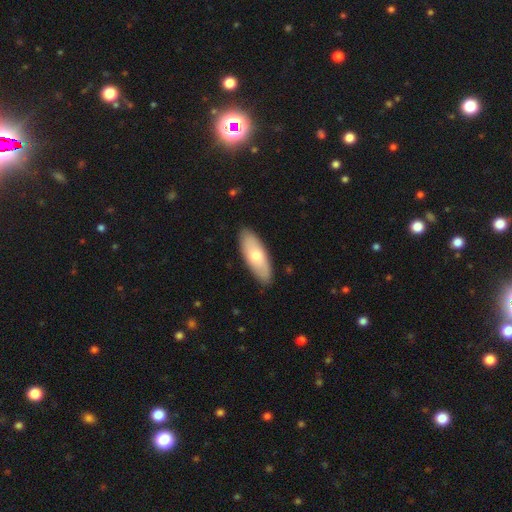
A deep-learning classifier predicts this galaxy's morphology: type=smooth (69%); roundness=in between (70%); merging=none (88%).